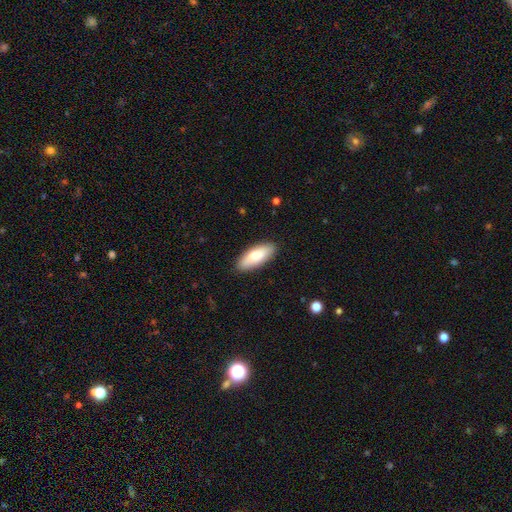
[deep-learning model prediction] This is likely a smooth galaxy (79%). How rounded: likely in between (74%). Merging: clearly none (88%).